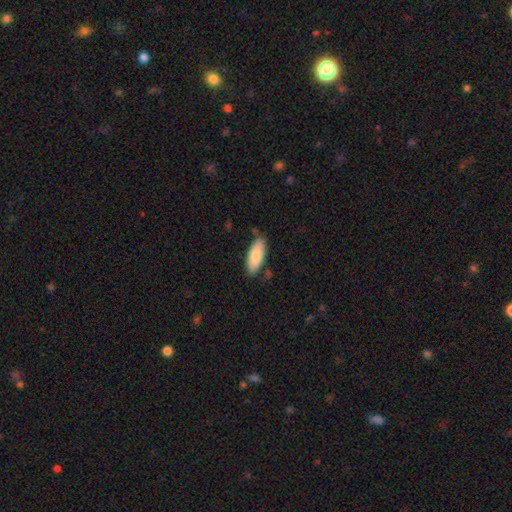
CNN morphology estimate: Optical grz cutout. It shows a smooth galaxy with no disk features (83%) that is in between round and cigar-shaped (80%). Merging: none (78%).